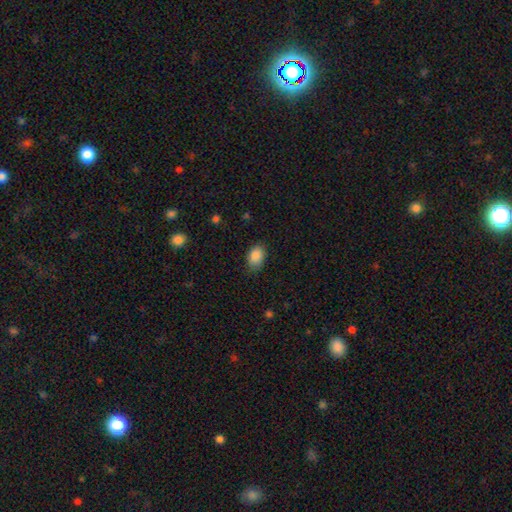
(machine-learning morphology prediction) A smooth galaxy with no disk features (88%) that is in between round and cigar-shaped (86%).

Vote fractions:
- Smooth or featured? smooth: 88% / star or artifact: 8% / featured or disk: 4%
- How rounded? in between: 86% / round: 13% / cigar-shaped: 1%
- Merging? none: 81% / minor disturbance: 15% / major disturbance: 3% / merger: 1%